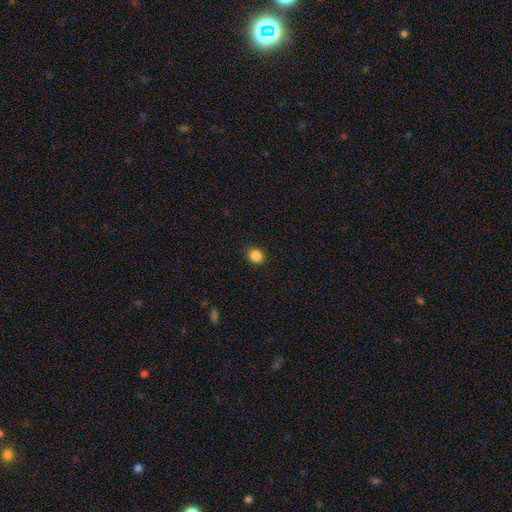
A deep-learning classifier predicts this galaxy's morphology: Q: Smooth or featured?
A: smooth (86%); runner-up: star or artifact (11%)
Q: How rounded?
A: round (81%); runner-up: in between (18%)
Q: Merging?
A: none (91%); runner-up: minor disturbance (6%)